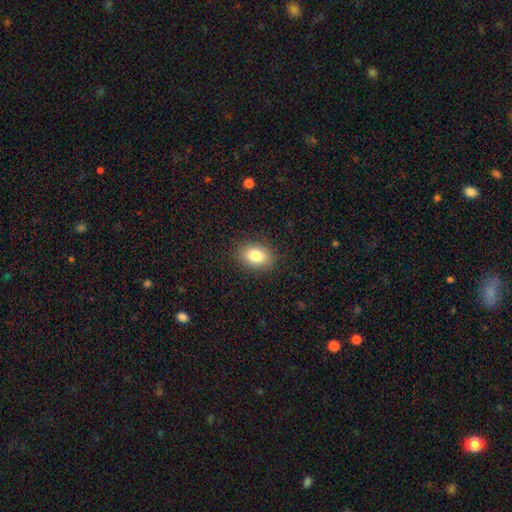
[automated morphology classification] Smooth or featured? Predicted: smooth (p=0.83). How rounded? Predicted: in between (p=0.77). Merging? Predicted: none (p=0.88).